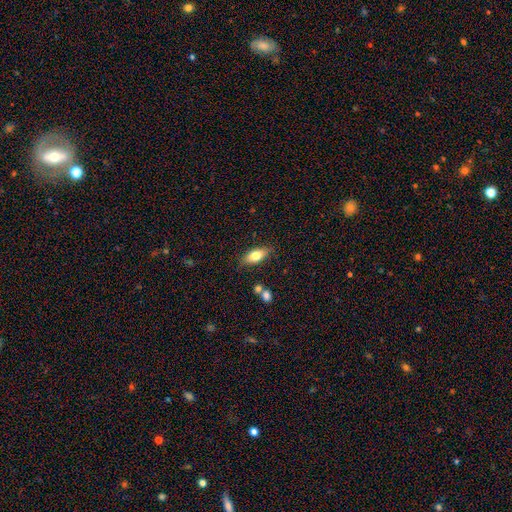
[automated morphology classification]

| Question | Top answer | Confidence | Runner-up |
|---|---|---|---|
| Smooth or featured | smooth | 76% | featured or disk (16%) |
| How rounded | in between | 83% | cigar-shaped (13%) |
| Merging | none | 81% | minor disturbance (13%) |